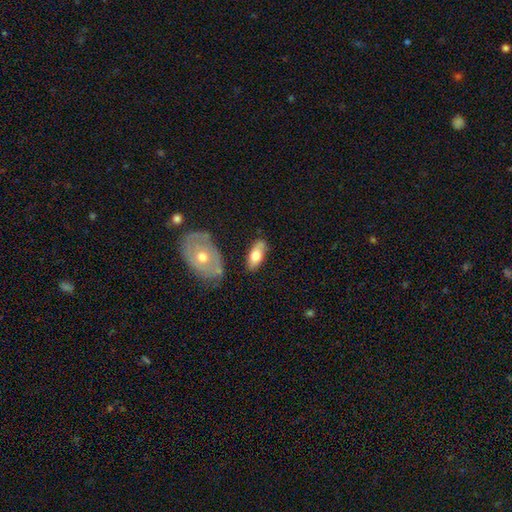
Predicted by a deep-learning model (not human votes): Smooth or featured? smooth (65%)
How rounded? in between (84%)
Merging? none (72%)